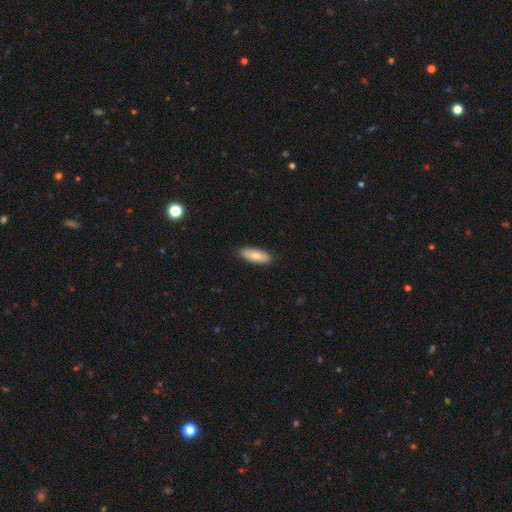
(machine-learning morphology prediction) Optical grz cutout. It shows a smooth galaxy with no disk features (79%) that is in between round and cigar-shaped (68%). Merging: none (88%).